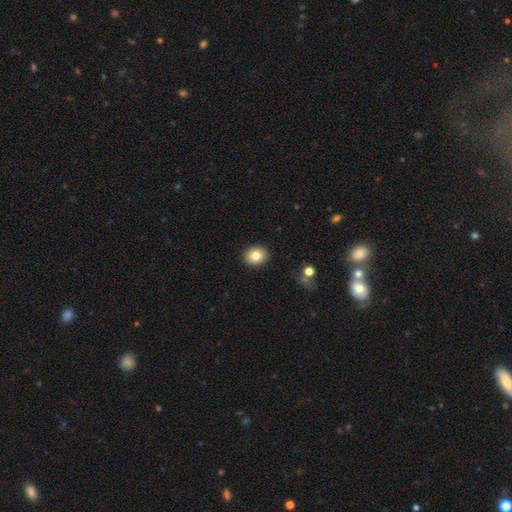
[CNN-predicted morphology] Smooth or featured?
  - smooth: 81% *
  - star or artifact: 10%
  - featured or disk: 9%
How rounded?
  - round: 68% *
  - in between: 31%
  - cigar-shaped: 1%
Merging?
  - none: 91% *
  - minor disturbance: 6%
  - major disturbance: 2%
  - merger: 1%